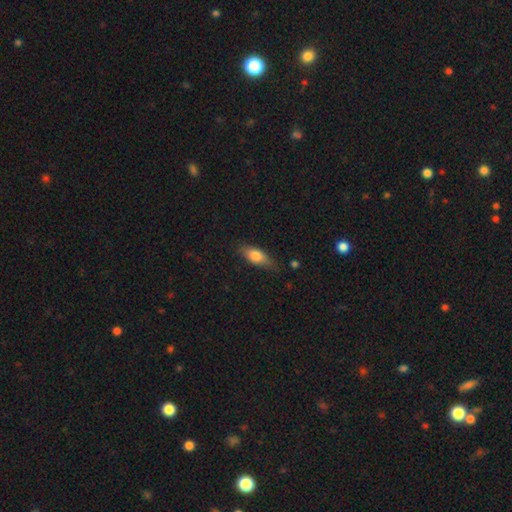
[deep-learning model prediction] Smooth or featured?
  - smooth: 74% *
  - featured or disk: 19%
  - star or artifact: 7%
How rounded?
  - in between: 76% *
  - cigar-shaped: 19%
  - round: 4%
Merging?
  - none: 70% *
  - minor disturbance: 23%
  - major disturbance: 5%
  - merger: 2%